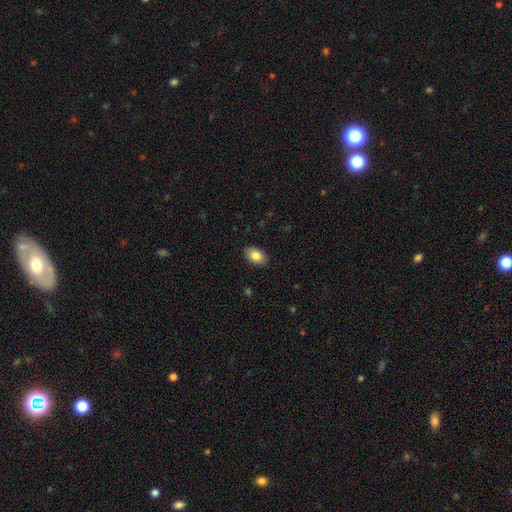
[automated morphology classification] A smooth galaxy with no disk features (84%) that is in between round and cigar-shaped (90%). Merging: none (89%).